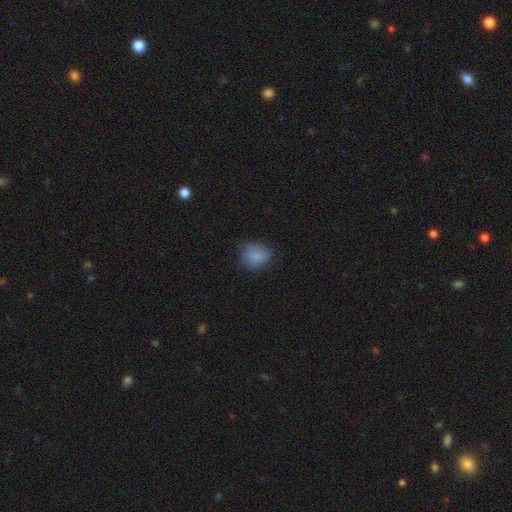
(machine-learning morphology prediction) Smooth or featured?
  - smooth: 82% *
  - star or artifact: 9%
  - featured or disk: 9%
How rounded?
  - round: 63% *
  - in between: 36%
  - cigar-shaped: 1%
Merging?
  - none: 69% *
  - minor disturbance: 24%
  - major disturbance: 6%
  - merger: 1%